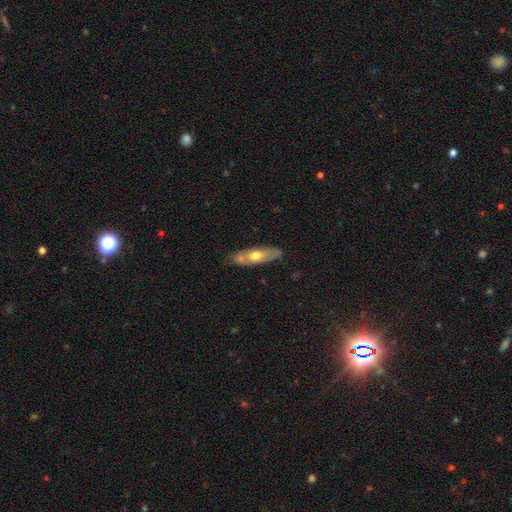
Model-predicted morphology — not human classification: smooth_or_featured: smooth (p=0.52) [alt: featured or disk p=0.42]
how_rounded: in between (p=0.49) [alt: cigar-shaped p=0.48]
merging: none (p=0.67) [alt: minor disturbance p=0.19]